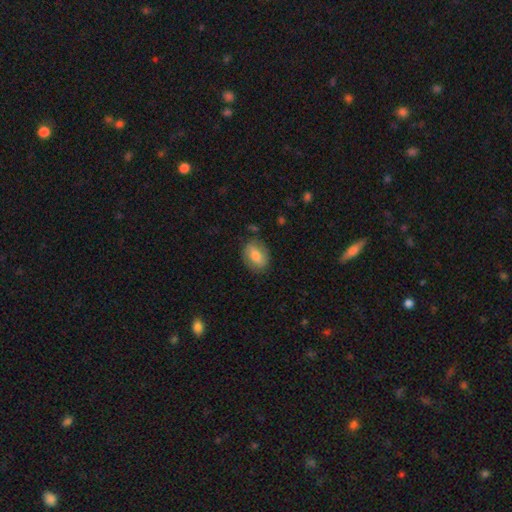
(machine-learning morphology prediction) A smooth galaxy with no disk features (64%) that is in between round and cigar-shaped (74%).

Vote fractions:
- Smooth or featured? smooth: 64% / featured or disk: 29% / star or artifact: 7%
- How rounded? in between: 74% / round: 24% / cigar-shaped: 2%
- Merging? none: 78% / minor disturbance: 16% / major disturbance: 5% / merger: 2%